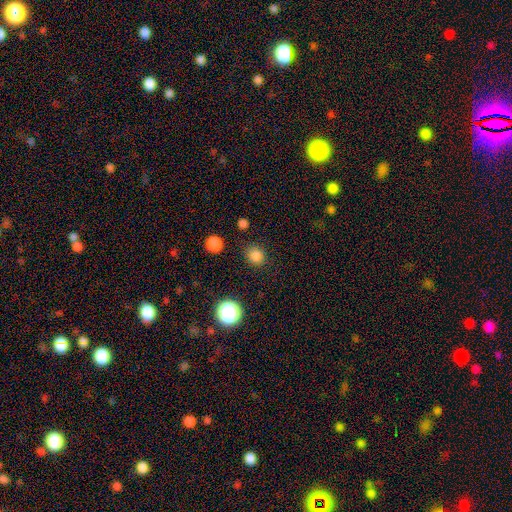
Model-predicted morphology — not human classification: Overall: smooth (81%). How rounded: round (85%). Merging: none (86%).